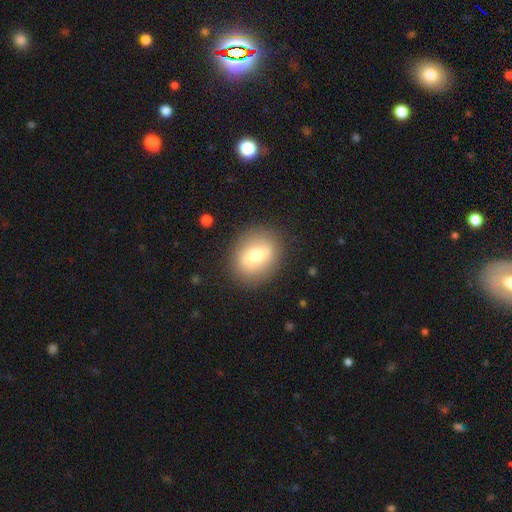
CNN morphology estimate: Smooth or featured?
  - smooth: 63% *
  - featured or disk: 28%
  - star or artifact: 9%
How rounded?
  - round: 59% *
  - in between: 40%
  - cigar-shaped: 1%
Merging?
  - none: 86% *
  - minor disturbance: 9%
  - major disturbance: 4%
  - merger: 1%